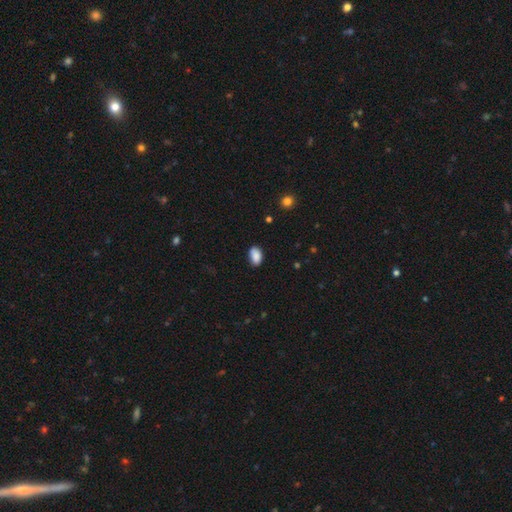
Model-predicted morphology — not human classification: Smooth or featured? Predicted: smooth (p=0.88). How rounded? Predicted: in between (p=0.92). Merging? Predicted: none (p=0.80).